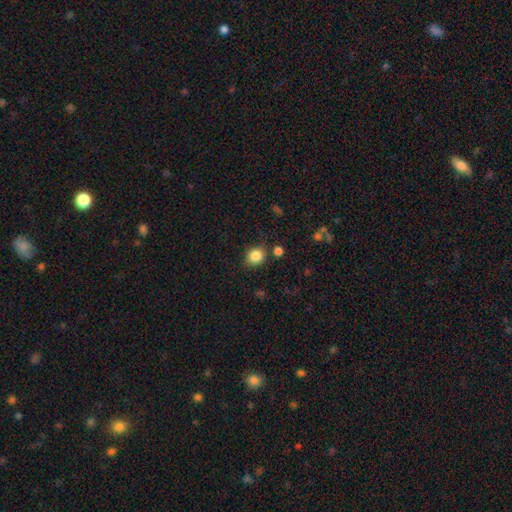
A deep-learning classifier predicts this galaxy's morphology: Smooth or featured? Predicted: smooth (p=0.84). How rounded? Predicted: round (p=0.72). Merging? Predicted: none (p=0.80).